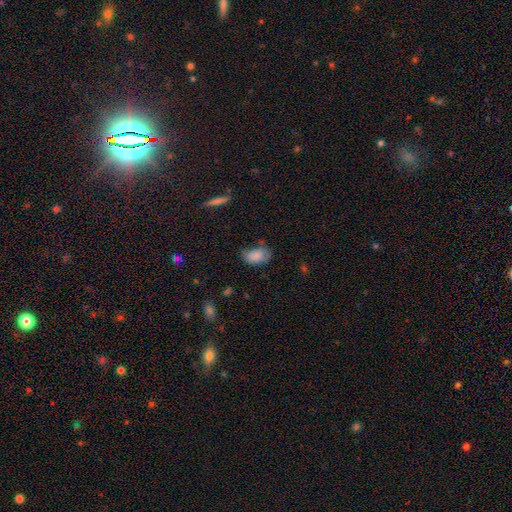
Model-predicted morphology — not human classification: type=smooth (84%); roundness=in between (89%); merging=none (60%).